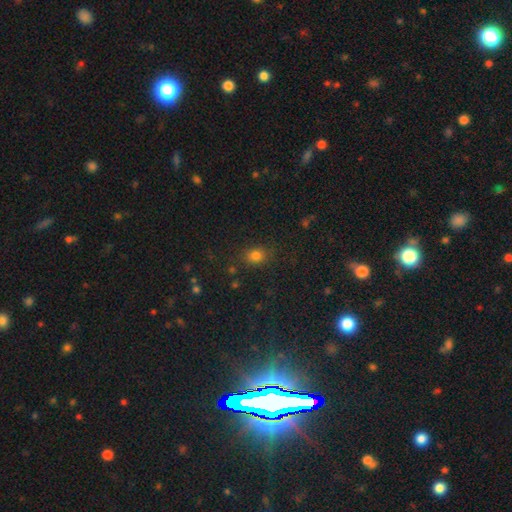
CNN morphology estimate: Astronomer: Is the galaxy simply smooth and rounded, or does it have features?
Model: smooth — 78%.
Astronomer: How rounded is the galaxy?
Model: round — 51% (runner-up: in between, 48%).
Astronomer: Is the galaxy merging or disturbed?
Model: none — 82%.